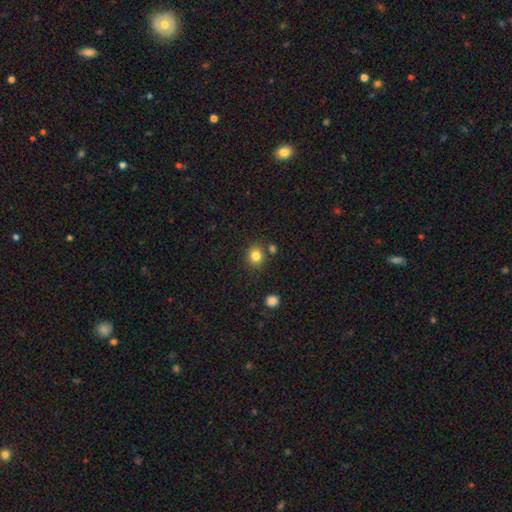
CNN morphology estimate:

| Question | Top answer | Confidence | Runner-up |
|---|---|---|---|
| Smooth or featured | smooth | 82% | star or artifact (12%) |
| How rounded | round | 79% | in between (20%) |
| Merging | none | 80% | minor disturbance (9%) |